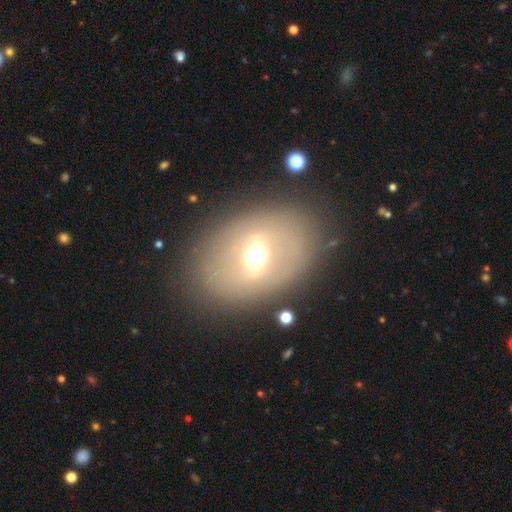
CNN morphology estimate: The model was most divided on "smooth or featured": featured or disk: 56%, smooth: 35%, star or artifact: 9%. More confident: edge-on disk — no (89%); merging — none (81%).